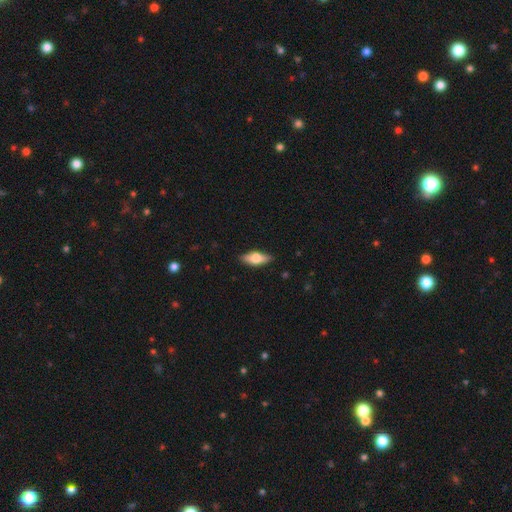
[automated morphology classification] type=smooth (57%); roundness=in between (70%); merging=none (84%).